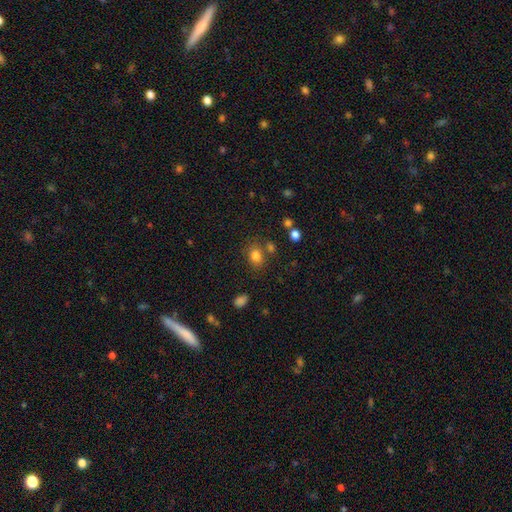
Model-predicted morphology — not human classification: smooth-or-featured: smooth: 80% | star or artifact: 12% | featured or disk: 7%
  how-rounded: in between: 52% | round: 47% | cigar-shaped: 1%
  merging: none: 68% | minor disturbance: 14% | merger: 12% | major disturbance: 5%